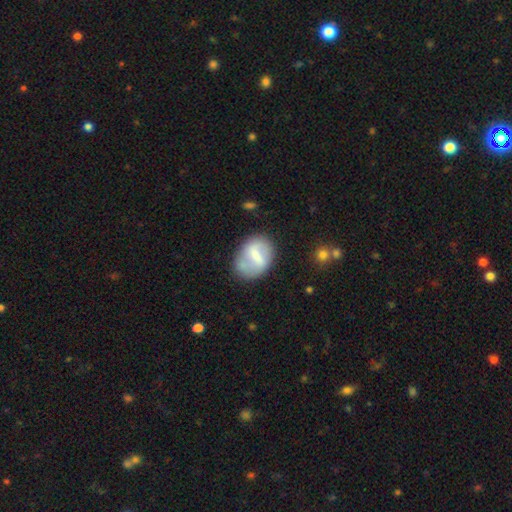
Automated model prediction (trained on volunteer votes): Q: Smooth or featured?
A: smooth (47%); runner-up: featured or disk (46%)
Q: Merging?
A: none (66%); runner-up: minor disturbance (20%)